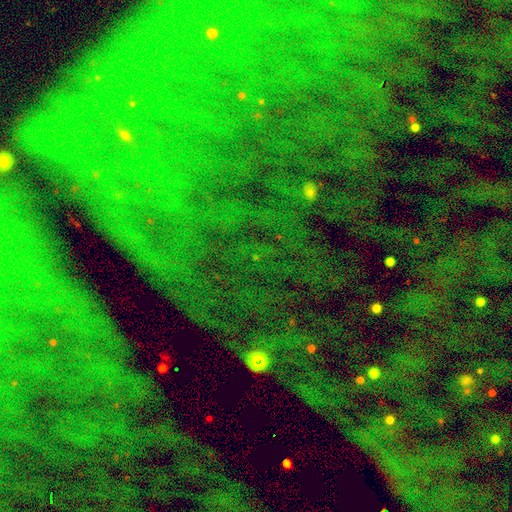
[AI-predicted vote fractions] A star or artifact, not a galaxy (84%).

Vote fractions:
- Smooth or featured? star or artifact: 84% / smooth: 9% / featured or disk: 7%